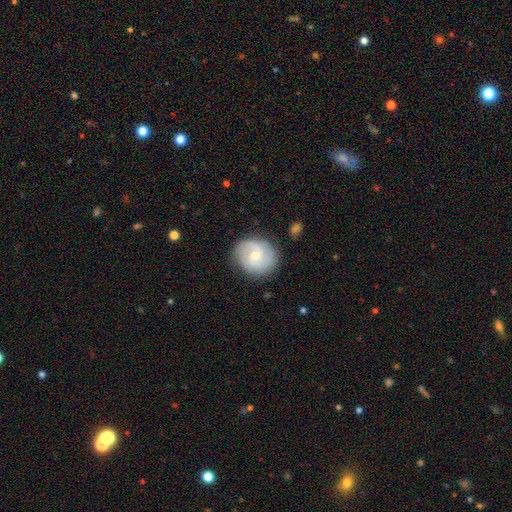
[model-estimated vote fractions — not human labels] Q: Smooth or featured?
A: featured or disk (76%); runner-up: smooth (18%)
Q: Edge-on disk?
A: no (98%); runner-up: yes (2%)
Q: Bar?
A: no (52%); runner-up: weak (42%)
Q: Spiral arms?
A: yes (95%); runner-up: no (5%)
Q: Spiral winding?
A: tight (44%); tied with: medium (44%)
Q: Spiral arm count?
A: 2 (76%); runner-up: can't tell (10%)
Q: Bulge size?
A: small (55%); runner-up: moderate (41%)
Q: Merging?
A: none (83%); runner-up: minor disturbance (12%)